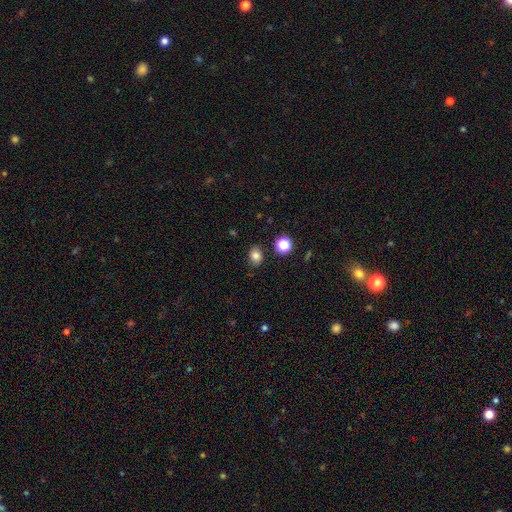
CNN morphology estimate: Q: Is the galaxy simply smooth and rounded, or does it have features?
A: smooth — 81%.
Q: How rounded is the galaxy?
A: in between — 51%.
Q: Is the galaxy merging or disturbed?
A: none — 82%.